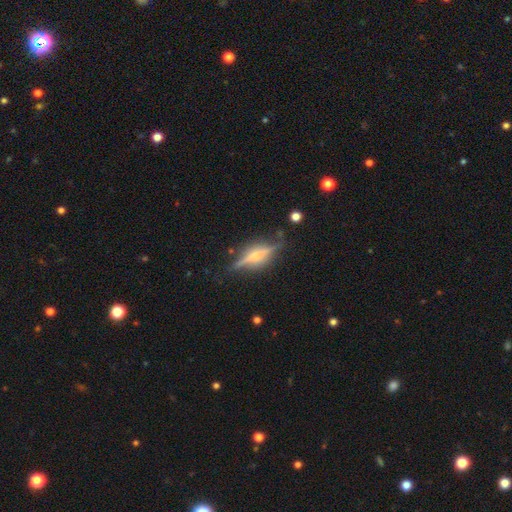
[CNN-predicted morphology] Overall: featured or disk (76%). Edge-on disk: yes (94%). Edge-on bulge: rounded (78%). Merging: none (79%).